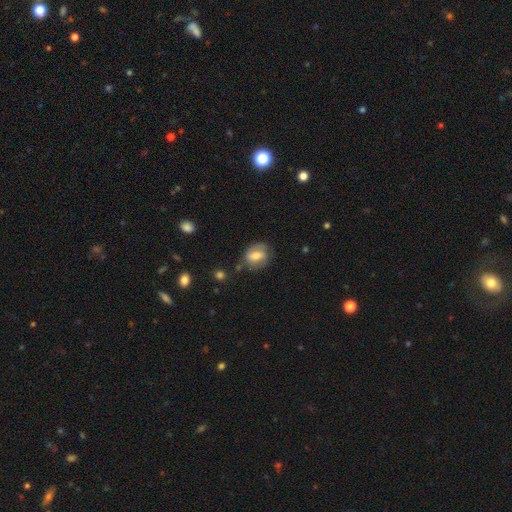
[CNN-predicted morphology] smooth 61%, featured or disk 30%, star or artifact 8%. Down the decision tree: how rounded — in between (63%); merging — none (64%).